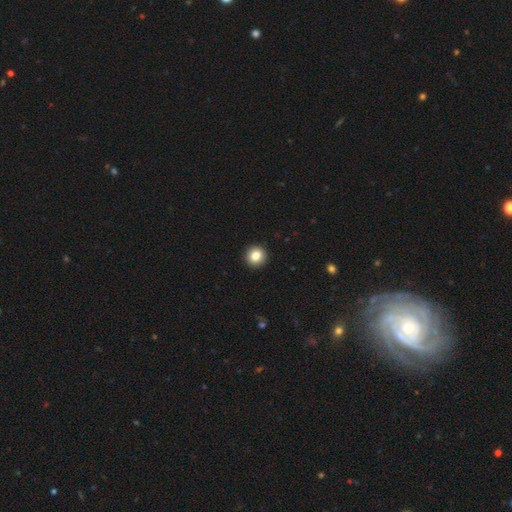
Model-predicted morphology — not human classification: smooth-or-featured: smooth: 84% | star or artifact: 9% | featured or disk: 7%
  how-rounded: round: 93% | in between: 6% | cigar-shaped: 1%
  merging: none: 94% | minor disturbance: 4% | major disturbance: 1% | merger: 1%